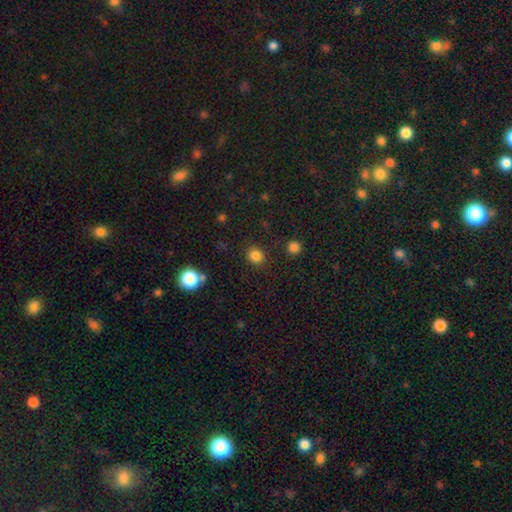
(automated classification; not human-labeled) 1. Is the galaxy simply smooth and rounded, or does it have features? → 83% smooth, 13% star or artifact, 4% featured or disk.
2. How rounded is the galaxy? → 80% round, 19% in between, 1% cigar-shaped.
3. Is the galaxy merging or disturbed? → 87% none, 8% minor disturbance, 3% major disturbance, 3% merger.